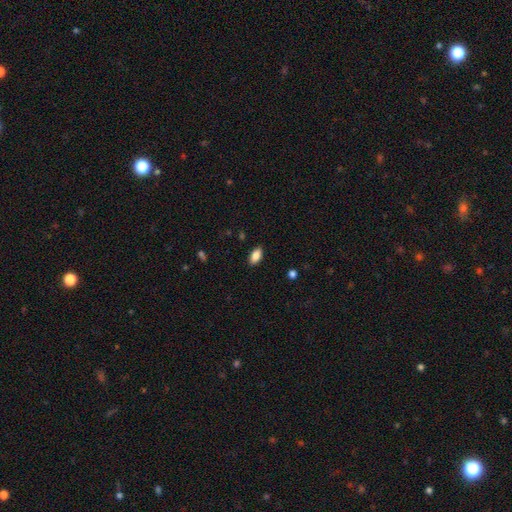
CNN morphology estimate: The model was most divided on "smooth or featured": smooth: 86%, star or artifact: 8%, featured or disk: 6%. More confident: how rounded — in between (92%); merging — none (88%).